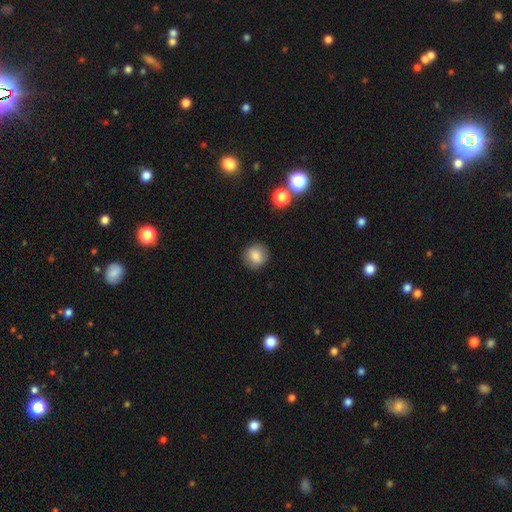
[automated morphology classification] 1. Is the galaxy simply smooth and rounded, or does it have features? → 83% smooth, 9% star or artifact, 7% featured or disk.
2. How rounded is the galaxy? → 85% round, 14% in between, 1% cigar-shaped.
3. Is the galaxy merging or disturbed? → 88% none, 8% minor disturbance, 2% major disturbance, 1% merger.